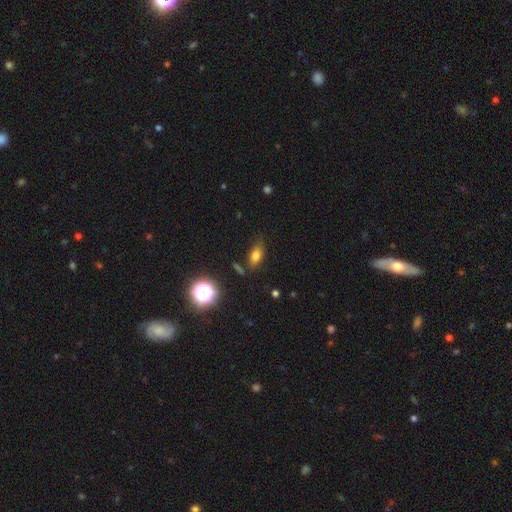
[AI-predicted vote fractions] A smooth galaxy with no disk features (74%) that is in between round and cigar-shaped (81%).

Vote fractions:
- Smooth or featured? smooth: 74% / star or artifact: 14% / featured or disk: 12%
- How rounded? in between: 81% / round: 12% / cigar-shaped: 7%
- Merging? none: 75% / minor disturbance: 17% / major disturbance: 4% / merger: 4%